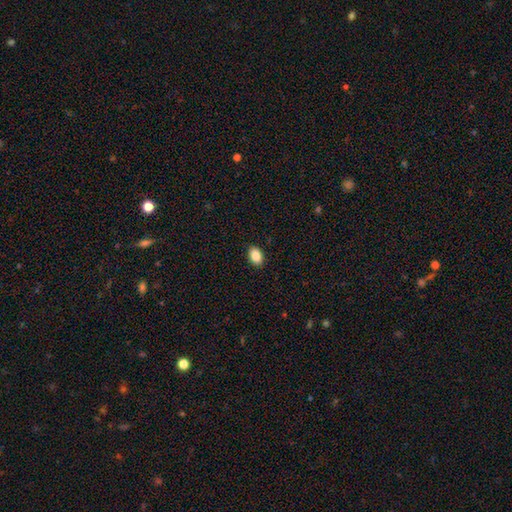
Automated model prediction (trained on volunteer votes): Morphology: type=smooth (88%); roundness=in between (87%); merging=none (90%).